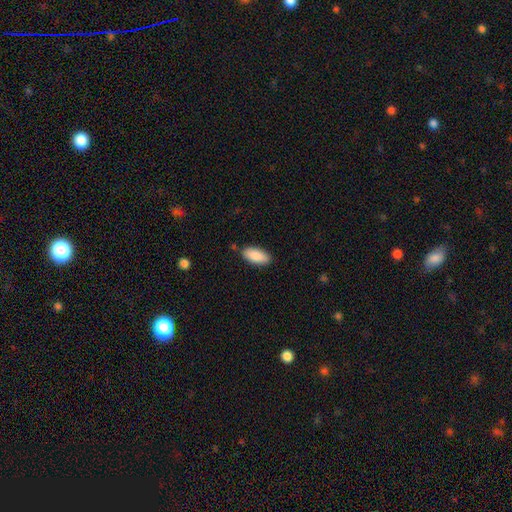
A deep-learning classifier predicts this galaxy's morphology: A smooth galaxy with no disk features (89%) that is in between round and cigar-shaped (88%).

Vote fractions:
- Smooth or featured? smooth: 89% / star or artifact: 6% / featured or disk: 6%
- How rounded? in between: 88% / cigar-shaped: 10% / round: 2%
- Merging? none: 84% / minor disturbance: 12% / major disturbance: 2% / merger: 2%